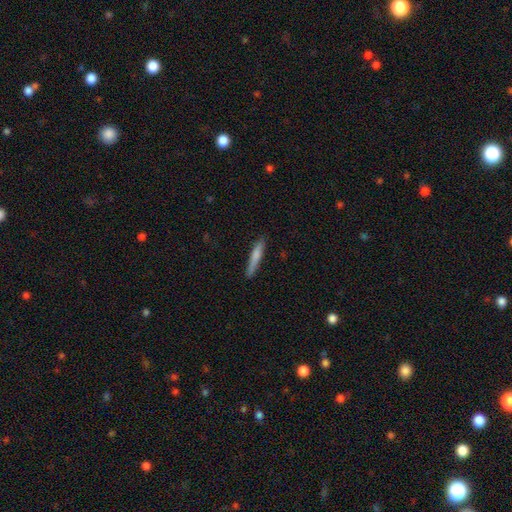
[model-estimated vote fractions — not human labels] Smooth or featured? Predicted: smooth (p=0.72). How rounded? Predicted: cigar-shaped (p=0.92). Merging? Predicted: none (p=0.82).